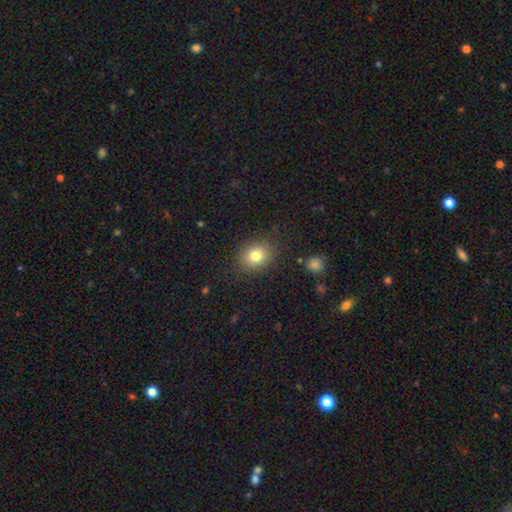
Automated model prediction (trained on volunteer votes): Overall: smooth (80%). How rounded: round (52%; in between 47%). Merging: none (85%).